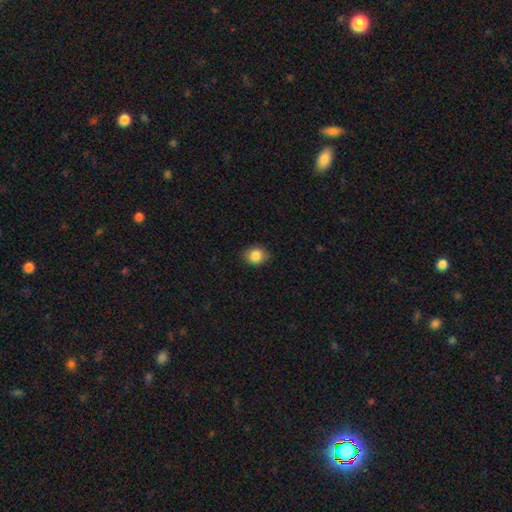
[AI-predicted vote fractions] smooth 86%, star or artifact 9%, featured or disk 5%. Down the decision tree: how rounded — round (62%); merging — none (86%).